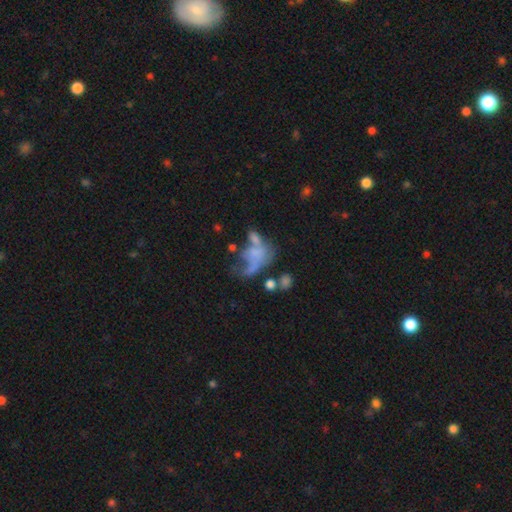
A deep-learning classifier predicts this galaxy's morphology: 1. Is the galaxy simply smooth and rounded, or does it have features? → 44% featured or disk, 42% smooth, 14% star or artifact.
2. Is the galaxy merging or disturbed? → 42% major disturbance, 28% merger, 16% none, 14% minor disturbance.